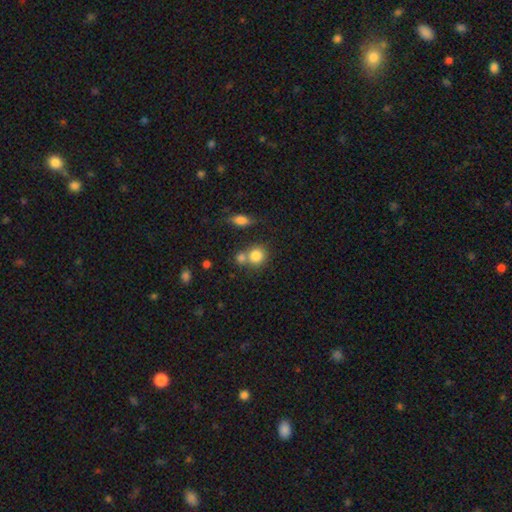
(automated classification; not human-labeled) smooth_or_featured: smooth (p=0.82) [alt: star or artifact p=0.10]
how_rounded: round (p=0.81) [alt: in between p=0.18]
merging: none (p=0.52) [alt: merger p=0.35]